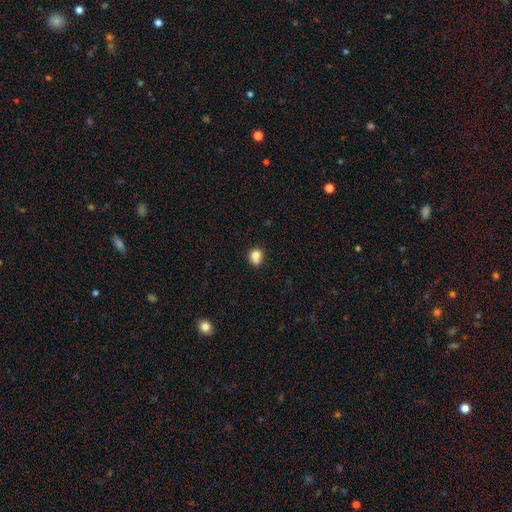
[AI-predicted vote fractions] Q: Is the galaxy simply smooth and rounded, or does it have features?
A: smooth — 80%.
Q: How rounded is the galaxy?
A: round — 72%.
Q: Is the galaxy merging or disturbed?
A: none — 57%.